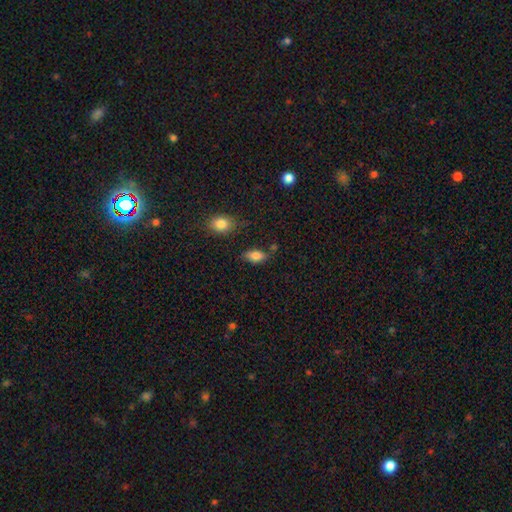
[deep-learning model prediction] Q: Smooth or featured?
A: smooth (82%); runner-up: featured or disk (9%)
Q: How rounded?
A: in between (89%); runner-up: round (6%)
Q: Merging?
A: none (71%); runner-up: minor disturbance (19%)